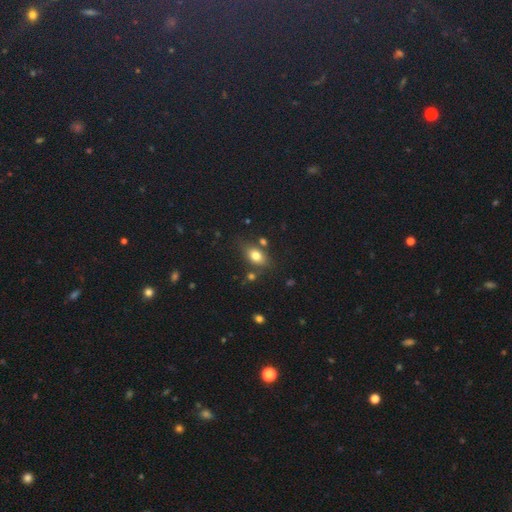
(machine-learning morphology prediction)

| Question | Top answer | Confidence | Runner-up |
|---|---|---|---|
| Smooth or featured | smooth | 77% | featured or disk (13%) |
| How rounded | in between | 79% | round (17%) |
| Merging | none | 71% | minor disturbance (16%) |